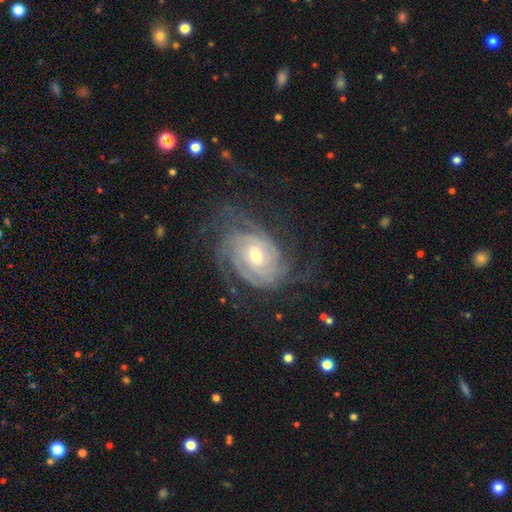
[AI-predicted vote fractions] Q: Smooth or featured?
A: featured or disk (90%); runner-up: star or artifact (5%)
Q: Edge-on disk?
A: no (97%); runner-up: yes (3%)
Q: Bar?
A: no (59%); runner-up: weak (32%)
Q: Spiral arms?
A: yes (98%); runner-up: no (2%)
Q: Spiral winding?
A: tight (74%); runner-up: medium (21%)
Q: Spiral arm count?
A: can't tell (26%); runner-up: 3 (22%)
Q: Bulge size?
A: moderate (61%); runner-up: small (34%)
Q: Merging?
A: none (70%); runner-up: minor disturbance (17%)